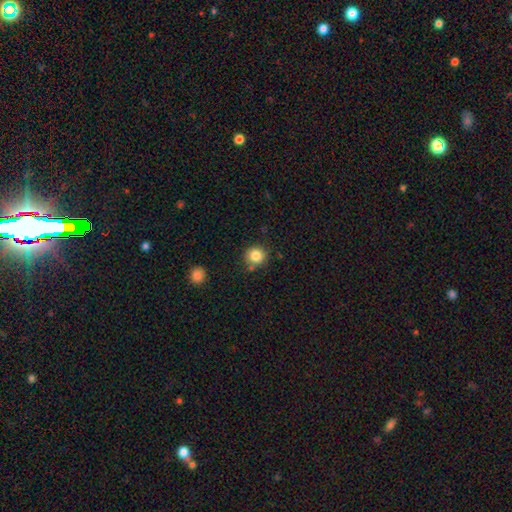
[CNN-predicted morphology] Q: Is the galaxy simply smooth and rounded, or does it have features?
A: smooth — 85%.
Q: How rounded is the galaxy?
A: round — 92%.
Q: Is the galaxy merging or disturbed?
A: none — 81%.